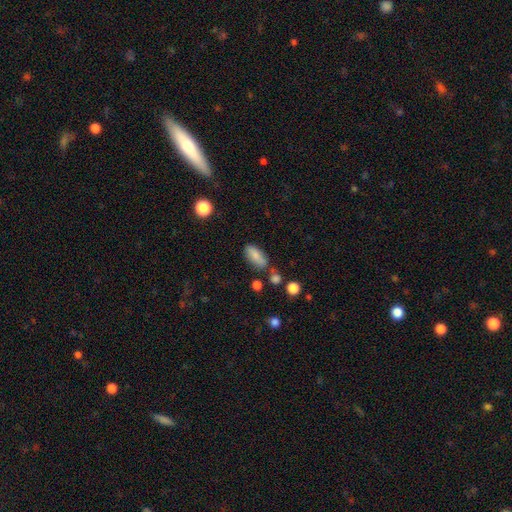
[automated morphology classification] This appears to be a smooth galaxy with no disk features (80%) that is in between round and cigar-shaped (85%). Merging: none (72%).